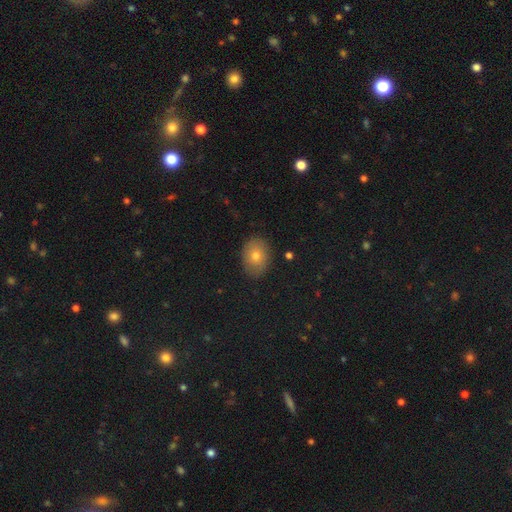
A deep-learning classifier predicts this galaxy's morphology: smooth-or-featured: smooth: 71% | featured or disk: 16% | star or artifact: 13%
  how-rounded: in between: 67% | round: 32% | cigar-shaped: 1%
  merging: none: 86% | minor disturbance: 11% | major disturbance: 2% | merger: 1%